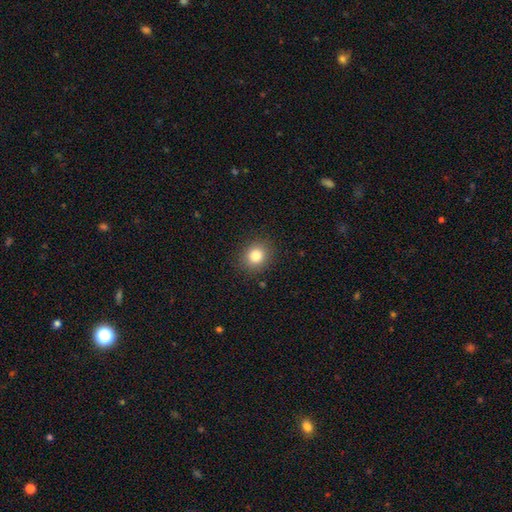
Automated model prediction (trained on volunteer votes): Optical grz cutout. It shows a smooth galaxy with no disk features (83%) that is round (75%). Merging: none (88%).